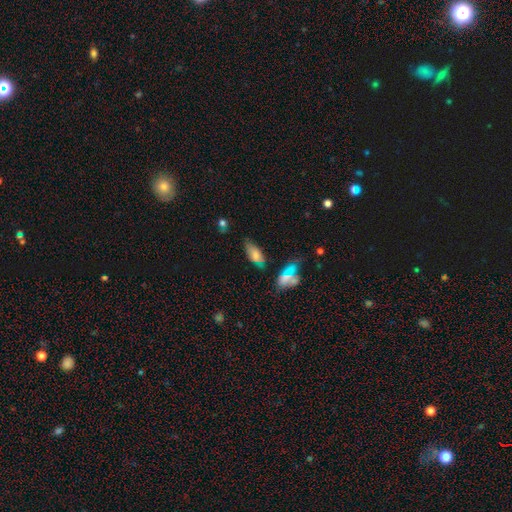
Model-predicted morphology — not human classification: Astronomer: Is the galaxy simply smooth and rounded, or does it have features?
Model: smooth — 73%.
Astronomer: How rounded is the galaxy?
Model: in between — 84%.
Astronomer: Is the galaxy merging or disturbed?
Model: none — 56%.